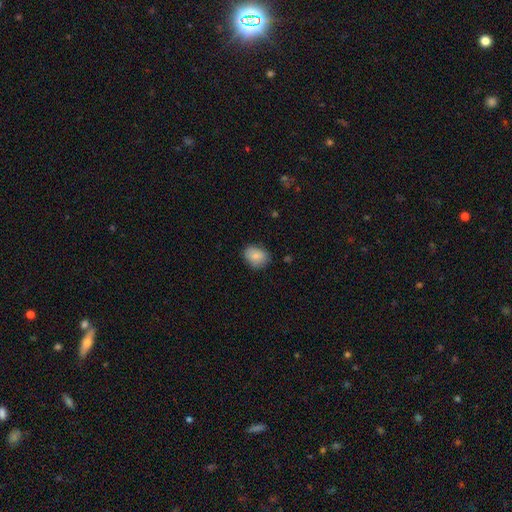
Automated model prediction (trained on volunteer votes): Smooth or featured? Predicted: smooth (p=0.84). How rounded? Predicted: in between (p=0.59). Merging? Predicted: none (p=0.77).